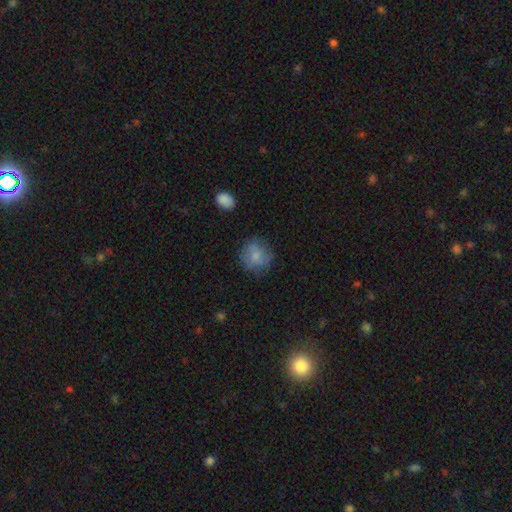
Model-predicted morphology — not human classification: Smooth or featured? smooth (70%)
How rounded? round (86%)
Merging? none (70%)